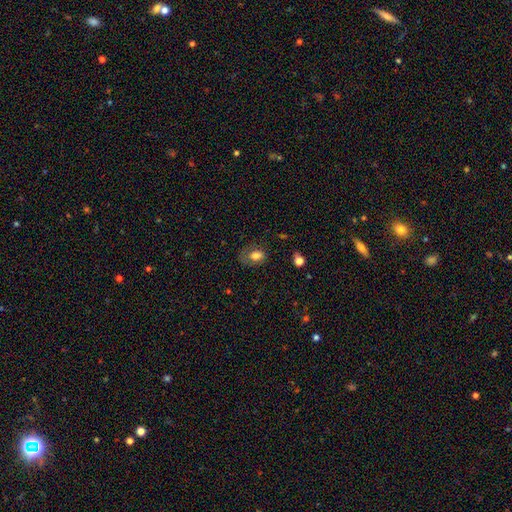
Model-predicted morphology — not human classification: Smooth or featured?
  - smooth: 68% *
  - featured or disk: 22%
  - star or artifact: 10%
How rounded?
  - in between: 77% *
  - round: 22%
  - cigar-shaped: 1%
Merging?
  - none: 53% *
  - minor disturbance: 26%
  - major disturbance: 19%
  - merger: 2%